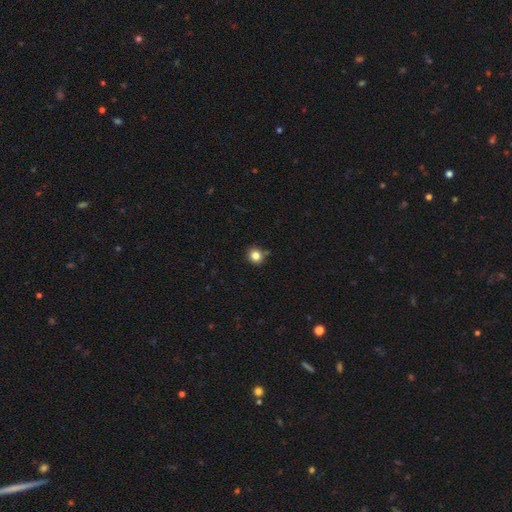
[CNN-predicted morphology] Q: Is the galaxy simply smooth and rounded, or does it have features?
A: smooth — 83%.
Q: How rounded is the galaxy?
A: round — 89%.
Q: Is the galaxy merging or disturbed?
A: none — 84%.